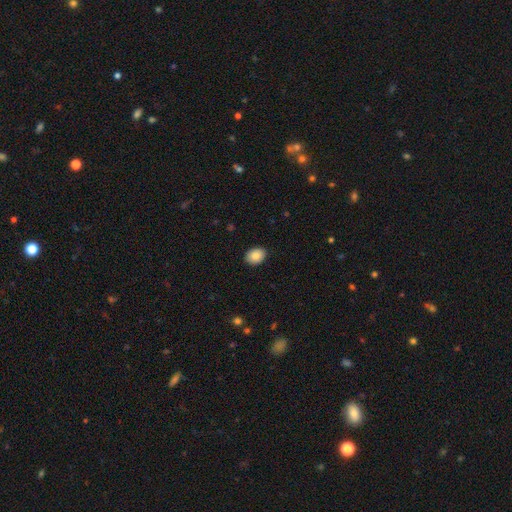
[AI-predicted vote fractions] The model was most divided on "how rounded": in between: 68%, round: 31%, cigar-shaped: 1%. More confident: merging — none (89%); smooth or featured — smooth (87%).